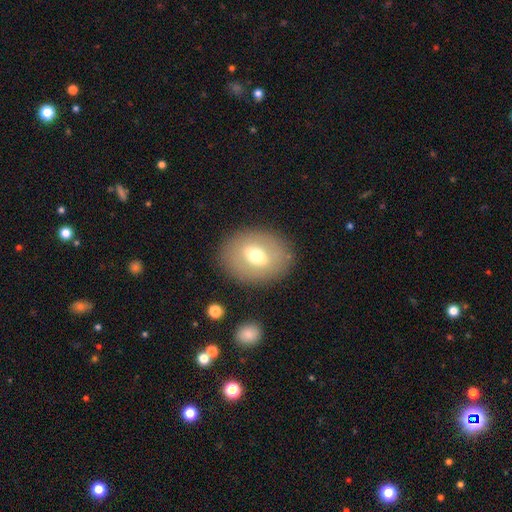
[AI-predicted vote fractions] A smooth galaxy with no disk features (54%) that is in between round and cigar-shaped (63%). Merging: none (84%).